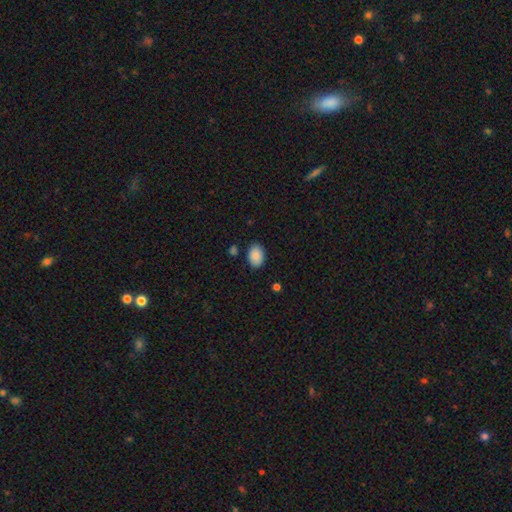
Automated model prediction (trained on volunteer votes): Overall: smooth (89%). How rounded: in between (85%). Merging: none (85%).